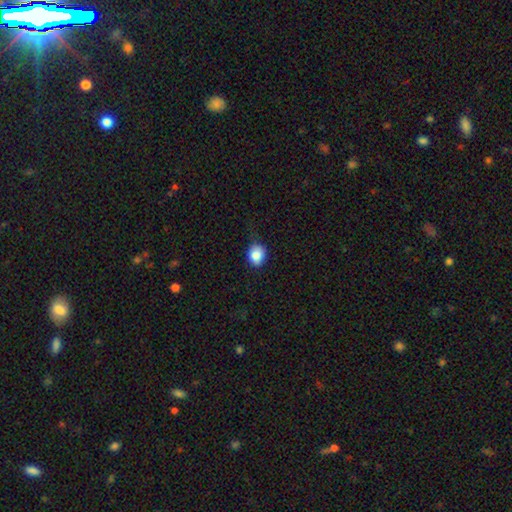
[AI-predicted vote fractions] This appears to be a smooth galaxy with no disk features (83%) that is round (57%). Merging: none (73%).